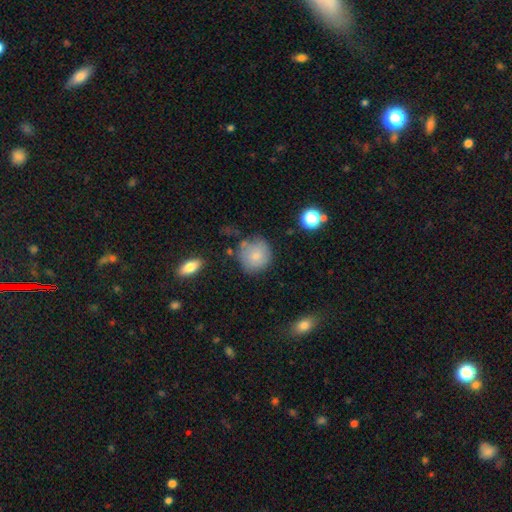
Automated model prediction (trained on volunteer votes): smooth_or_featured: smooth (p=0.77) [alt: featured or disk p=0.14]
how_rounded: round (p=0.90) [alt: in between p=0.09]
merging: none (p=0.66) [alt: minor disturbance p=0.21]